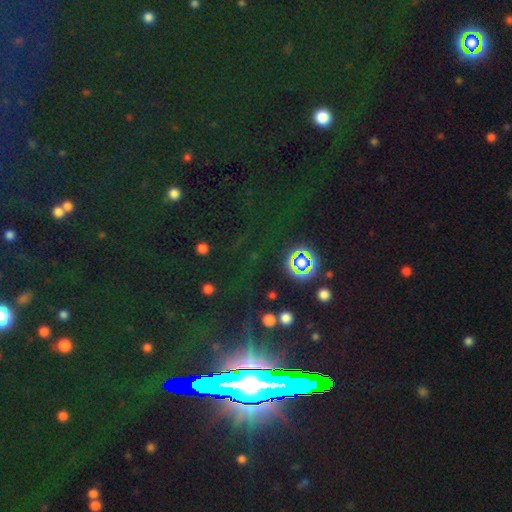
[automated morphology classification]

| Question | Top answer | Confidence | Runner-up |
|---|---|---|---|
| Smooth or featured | star or artifact | 77% | smooth (13%) |